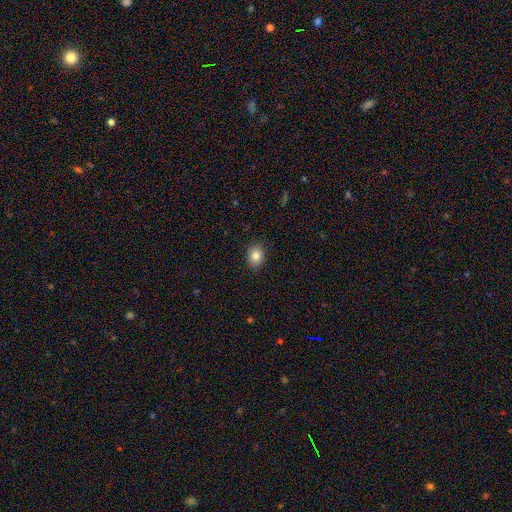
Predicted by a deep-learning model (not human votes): Q: Smooth or featured?
A: smooth (82%); runner-up: star or artifact (10%)
Q: How rounded?
A: in between (56%); runner-up: round (43%)
Q: Merging?
A: none (88%); runner-up: minor disturbance (9%)